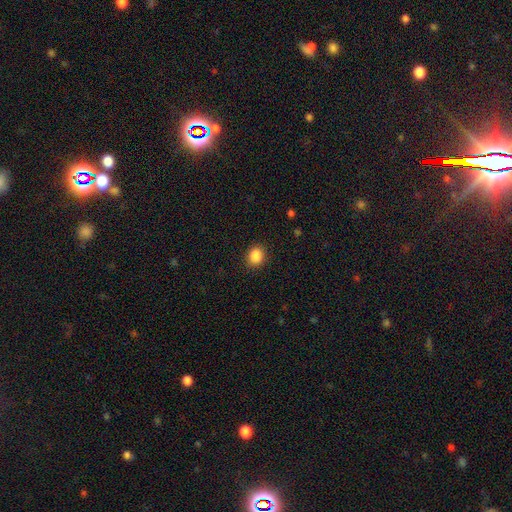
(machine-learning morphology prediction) Smooth or featured?
  - smooth: 88% *
  - star or artifact: 9%
  - featured or disk: 3%
How rounded?
  - round: 50% *
  - in between: 49%
  - cigar-shaped: 1%
Merging?
  - none: 88% *
  - minor disturbance: 9%
  - major disturbance: 3%
  - merger: 1%